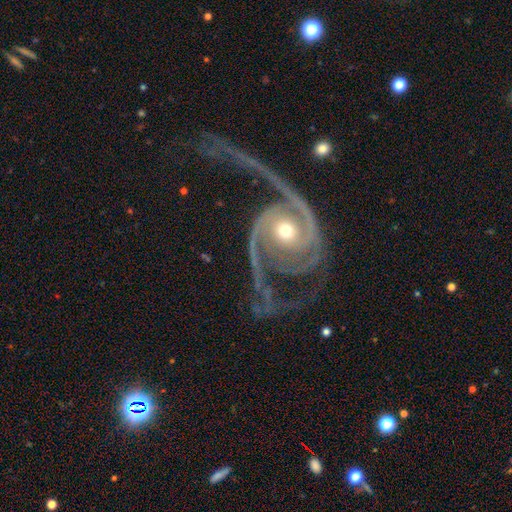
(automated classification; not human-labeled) Smooth or featured? Predicted: featured or disk (p=0.93). Edge-on disk? Predicted: no (p=0.97). Bar? Predicted: no (p=0.63). Spiral arms? Predicted: yes (p=0.98). Spiral winding? Predicted: medium (p=0.51). Spiral arm count? Predicted: 2 (p=0.74). Bulge size? Predicted: moderate (p=0.61). Merging? Predicted: none (p=0.48).